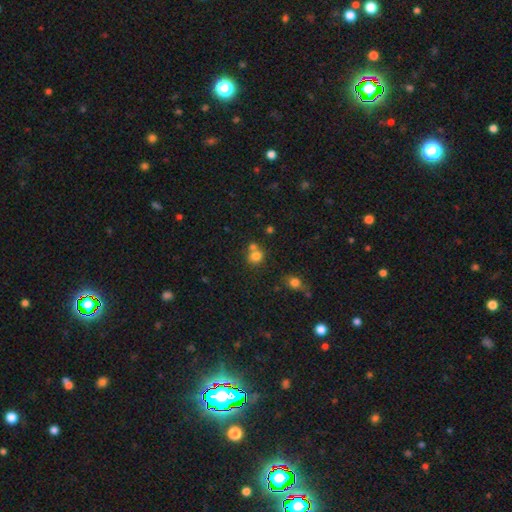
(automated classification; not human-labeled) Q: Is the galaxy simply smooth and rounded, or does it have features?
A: smooth — 77%.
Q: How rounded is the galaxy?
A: round — 80%.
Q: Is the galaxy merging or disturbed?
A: none — 53%.